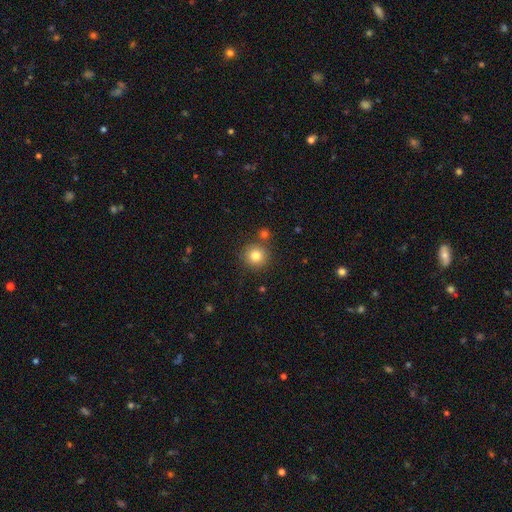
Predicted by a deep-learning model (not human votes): A smooth galaxy with no disk features (81%) that is round (93%). Merging: none (81%).